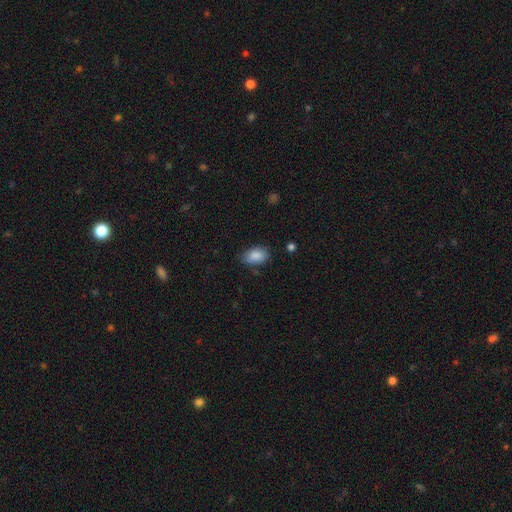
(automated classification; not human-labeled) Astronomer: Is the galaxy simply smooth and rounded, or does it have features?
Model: smooth — 88%.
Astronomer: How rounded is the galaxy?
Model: in between — 91%.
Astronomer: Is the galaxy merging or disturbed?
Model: none — 78%.